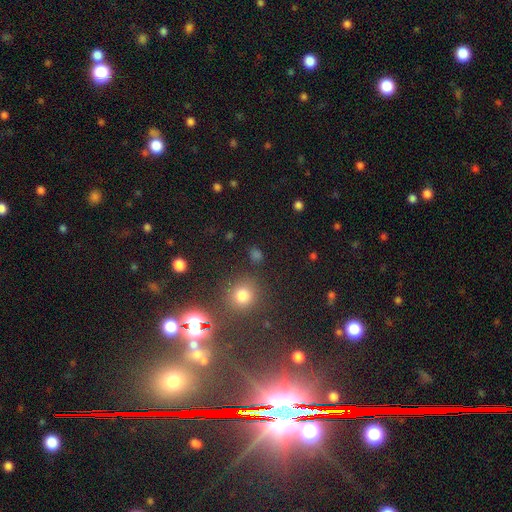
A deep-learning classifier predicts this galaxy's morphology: A smooth galaxy with no disk features (50%) that is round (83%). Merging: none (84%).